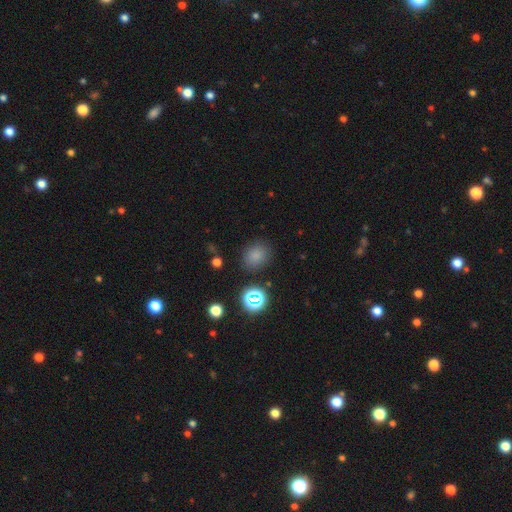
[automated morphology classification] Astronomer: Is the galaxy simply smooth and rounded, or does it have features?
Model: smooth — 77%.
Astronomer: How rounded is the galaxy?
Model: round — 65%.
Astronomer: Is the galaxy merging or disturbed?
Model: none — 82%.